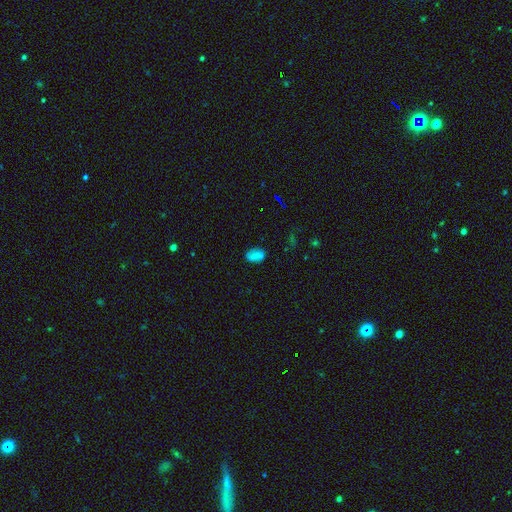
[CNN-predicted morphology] Q: Smooth or featured?
A: smooth (70%); runner-up: featured or disk (16%)
Q: How rounded?
A: in between (84%); runner-up: round (14%)
Q: Merging?
A: none (80%); runner-up: minor disturbance (15%)